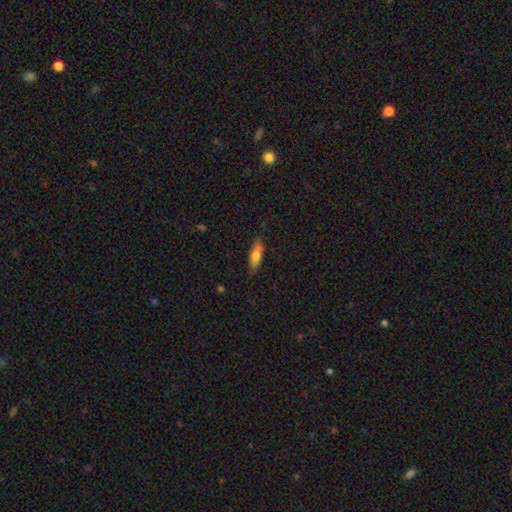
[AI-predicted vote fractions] Overall: smooth (69%). How rounded: cigar-shaped (55%; in between 42%). Merging: none (83%).